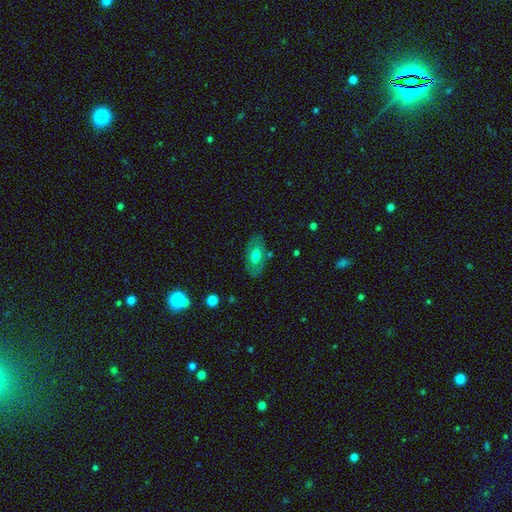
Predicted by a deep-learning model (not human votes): Smooth or featured? smooth (57%)
How rounded? in between (90%)
Merging? none (79%)